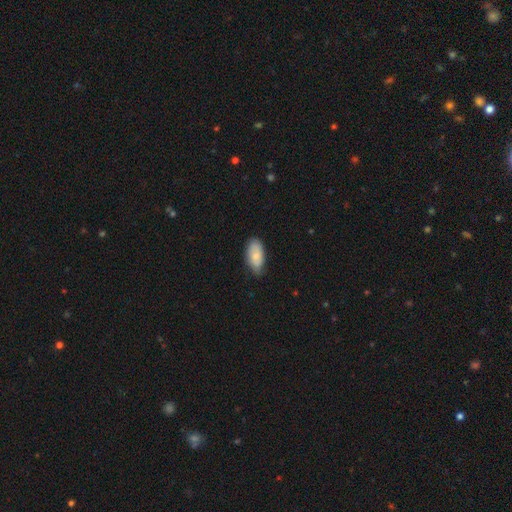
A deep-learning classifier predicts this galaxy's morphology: A smooth galaxy with no disk features (78%) that is in between round and cigar-shaped (94%).

Vote fractions:
- Smooth or featured? smooth: 78% / featured or disk: 16% / star or artifact: 6%
- How rounded? in between: 94% / cigar-shaped: 4% / round: 3%
- Merging? none: 69% / minor disturbance: 27% / major disturbance: 3% / merger: 1%